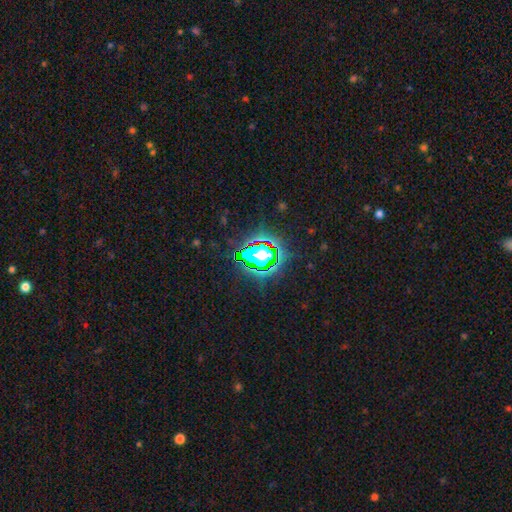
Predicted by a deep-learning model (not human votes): A star or artifact, not a galaxy (83%).

Vote fractions:
- Smooth or featured? star or artifact: 83% / smooth: 11% / featured or disk: 7%